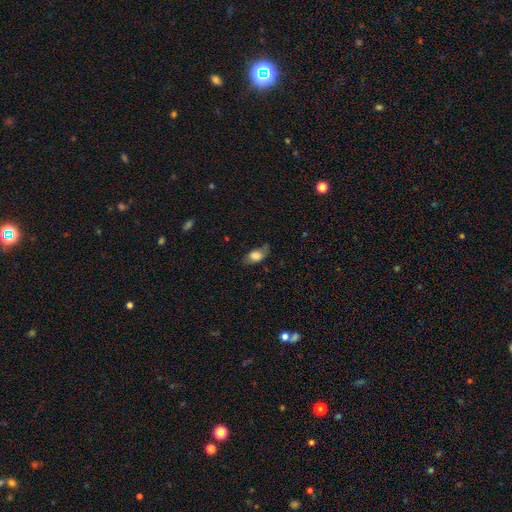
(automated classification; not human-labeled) This appears to be a smooth galaxy with no disk features (76%) that is in between round and cigar-shaped (87%). Merging: none (54%).